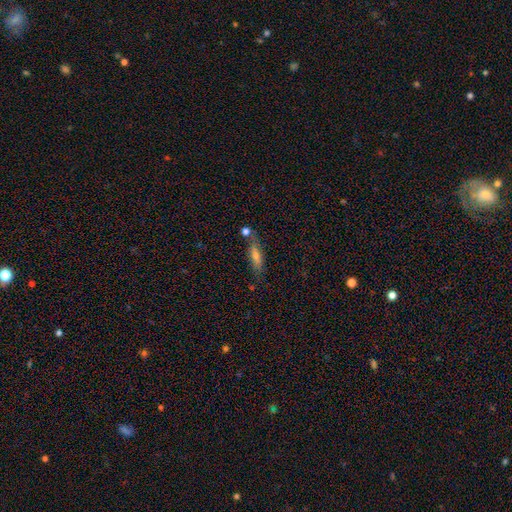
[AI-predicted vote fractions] A smooth galaxy with no disk features (51%) that is cigar-shaped (71%).

Vote fractions:
- Smooth or featured? smooth: 51% / featured or disk: 38% / star or artifact: 11%
- How rounded? cigar-shaped: 71% / in between: 26% / round: 3%
- Merging? none: 73% / minor disturbance: 15% / merger: 9% / major disturbance: 4%